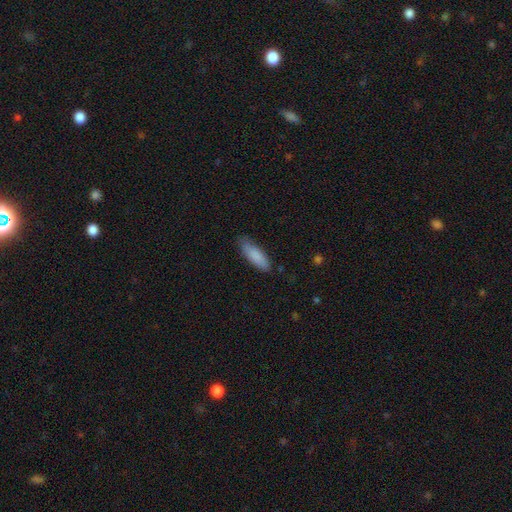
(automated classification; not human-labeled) smooth_or_featured: smooth (p=0.87) [alt: featured or disk p=0.08]
how_rounded: in between (p=0.55) [alt: cigar-shaped p=0.44]
merging: none (p=0.77) [alt: minor disturbance p=0.18]